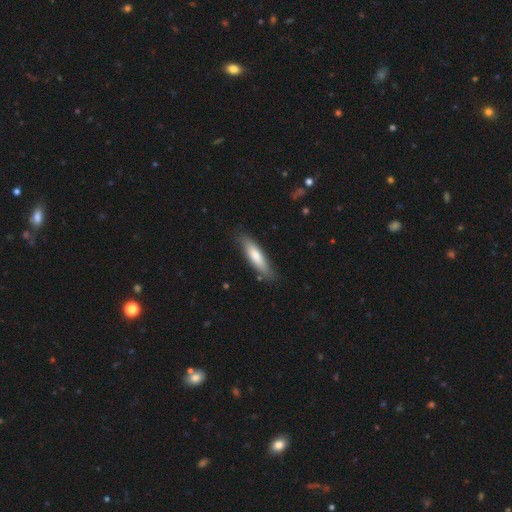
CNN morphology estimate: Smooth or featured: smooth — 70% (featured or disk — 25%)
How rounded: cigar-shaped — 73% (in between — 25%)
Merging: none — 81% (minor disturbance — 14%)